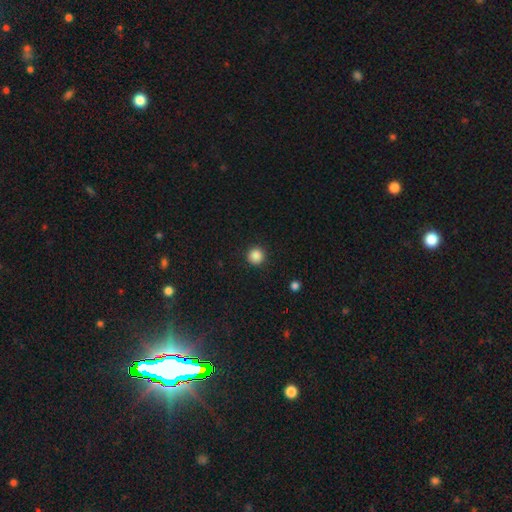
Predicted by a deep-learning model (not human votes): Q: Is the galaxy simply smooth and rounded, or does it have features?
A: smooth — 87%.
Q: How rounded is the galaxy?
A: round — 95%.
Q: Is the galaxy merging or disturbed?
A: none — 91%.